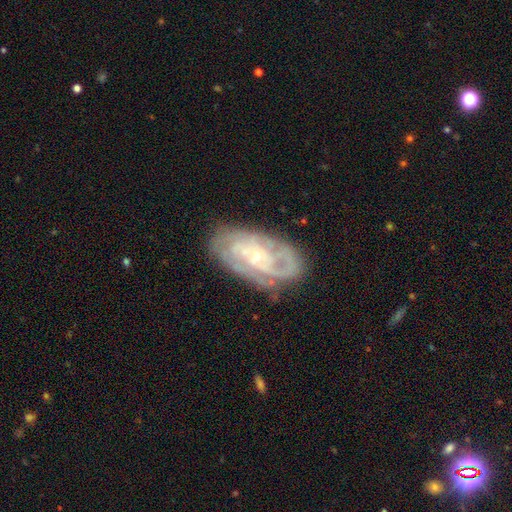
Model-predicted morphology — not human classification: Smooth or featured: featured or disk — 83% (smooth — 11%)
Edge-on disk: no — 95% (yes — 5%)
Bar: no — 68% (weak — 25%)
Spiral arms: yes — 92% (no — 8%)
Spiral winding: tight — 63% (medium — 29%)
Spiral arm count: can't tell — 37% (2 — 26%)
Bulge size: small — 76% (moderate — 20%)
Merging: none — 75% (minor disturbance — 17%)